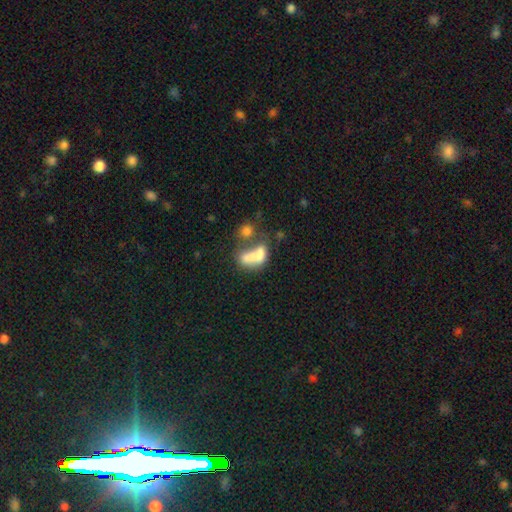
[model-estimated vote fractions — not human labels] Smooth or featured: smooth — 60% (featured or disk — 29%)
How rounded: in between — 81% (round — 14%)
Merging: merger — 61% (major disturbance — 15%)